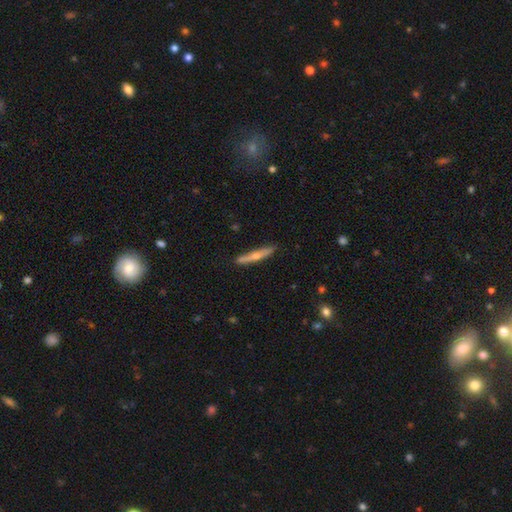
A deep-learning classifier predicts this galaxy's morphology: Q: Smooth or featured?
A: featured or disk (59%); runner-up: smooth (35%)
Q: Edge-on disk?
A: yes (95%); runner-up: no (5%)
Q: Edge-on bulge?
A: rounded (86%); runner-up: none (11%)
Q: Merging?
A: none (88%); runner-up: minor disturbance (9%)